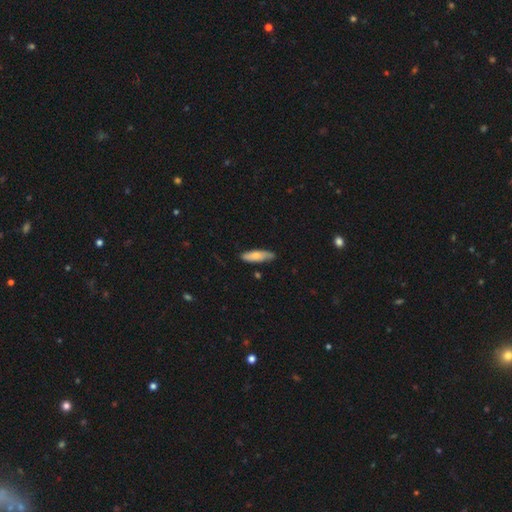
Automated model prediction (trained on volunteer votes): The model was most divided on "how rounded": cigar-shaped: 51%, in between: 47%, round: 2%. More confident: merging — none (76%); smooth or featured — smooth (69%).